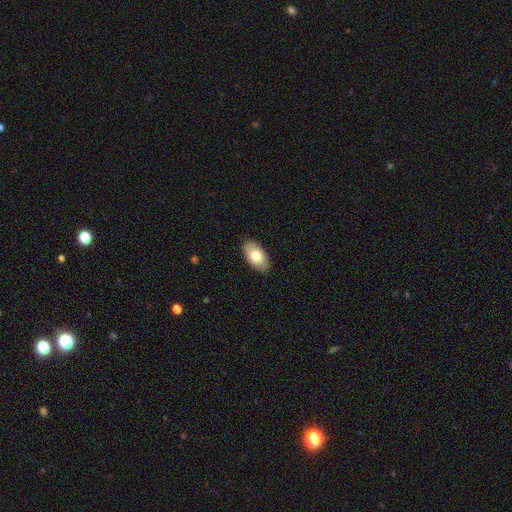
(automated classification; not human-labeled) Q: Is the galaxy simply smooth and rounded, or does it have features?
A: smooth — 78%.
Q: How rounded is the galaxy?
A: in between — 95%.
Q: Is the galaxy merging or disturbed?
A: none — 88%.